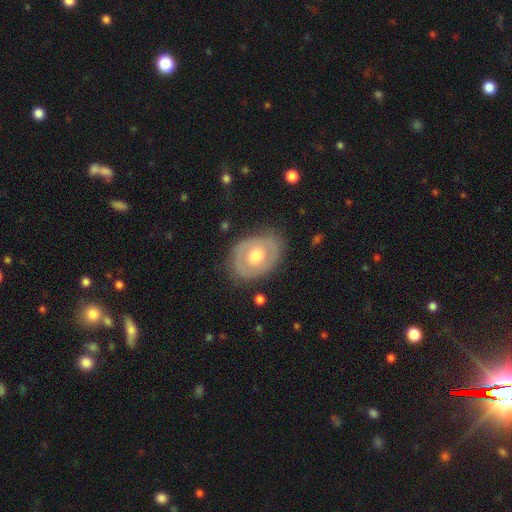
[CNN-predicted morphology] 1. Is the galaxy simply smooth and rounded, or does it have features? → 58% featured or disk, 37% smooth, 6% star or artifact.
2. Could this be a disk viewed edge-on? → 94% no, 6% yes.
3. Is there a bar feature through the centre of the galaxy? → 80% no, 16% weak, 4% strong.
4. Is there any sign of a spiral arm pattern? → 69% no, 31% yes.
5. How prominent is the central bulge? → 73% moderate, 15% small, 10% large, 1% none, 1% dominant.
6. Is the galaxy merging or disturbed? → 77% none, 16% minor disturbance, 5% major disturbance, 1% merger.